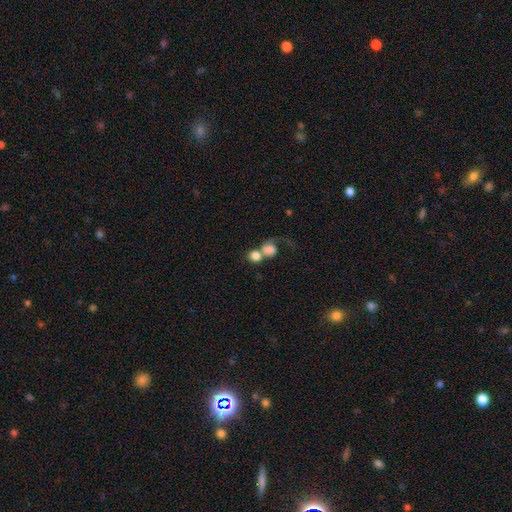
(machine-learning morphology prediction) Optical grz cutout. It shows a smooth galaxy with no disk features (74%) that is round (73%). Merging: merger (61%).